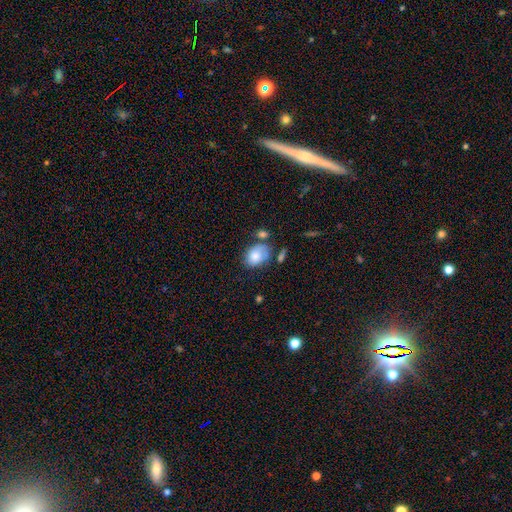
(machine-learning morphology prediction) The model was most divided on "merging": none: 42%, minor disturbance: 29%, merger: 15%, major disturbance: 13%. More confident: smooth or featured — smooth (75%); how rounded — in between (74%).